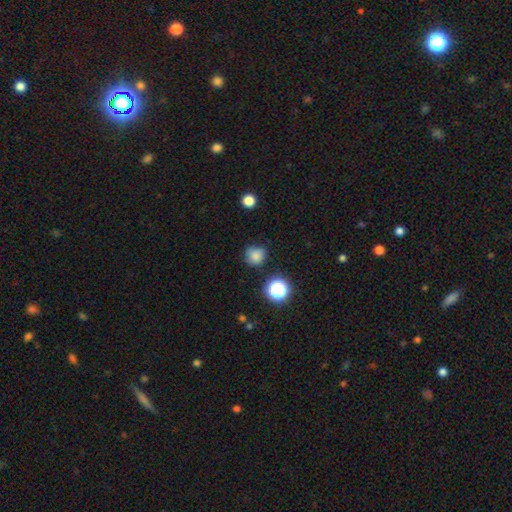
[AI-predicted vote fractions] This is likely a smooth galaxy (80%). How rounded: clearly round (86%). Merging: likely none (74%).